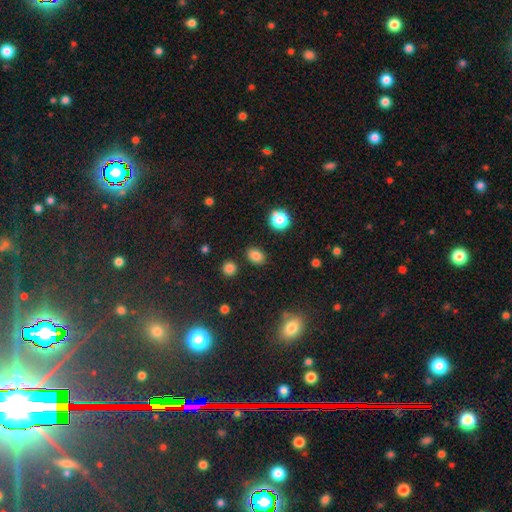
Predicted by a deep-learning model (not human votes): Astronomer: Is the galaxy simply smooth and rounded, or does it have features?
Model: smooth — 83%.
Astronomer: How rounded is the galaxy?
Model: in between — 72%.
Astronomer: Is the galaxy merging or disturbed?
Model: none — 87%.